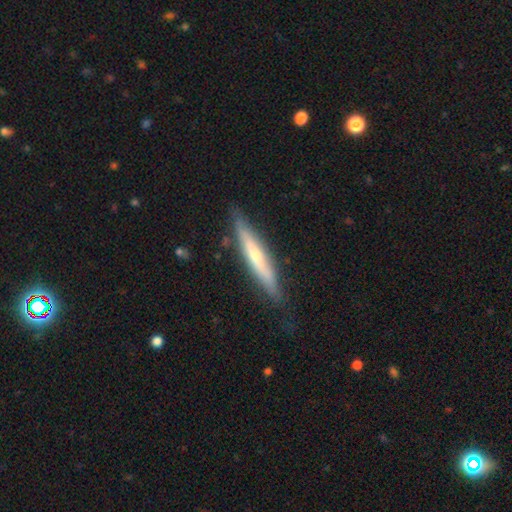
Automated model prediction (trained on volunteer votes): Smooth or featured?
  - featured or disk: 56% *
  - smooth: 39%
  - star or artifact: 6%
Edge-on disk?
  - yes: 90% *
  - no: 10%
Merging?
  - none: 82% *
  - minor disturbance: 14%
  - major disturbance: 3%
  - merger: 2%